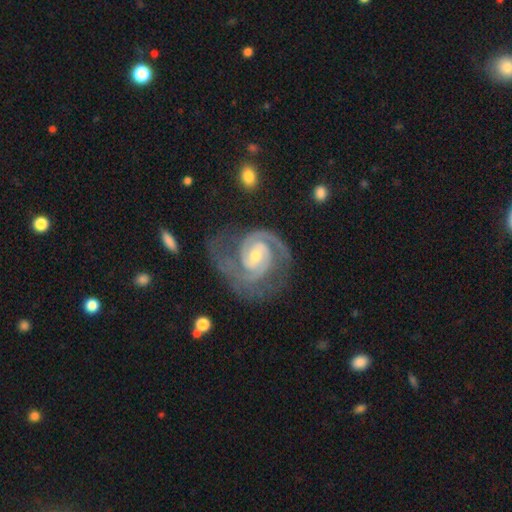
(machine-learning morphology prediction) The model was most divided on "bulge size": small: 52%, moderate: 44%, large: 2%, none: 1%, dominant: 1%. More confident: spiral arms — yes (98%); edge-on disk — no (98%); smooth or featured — featured or disk (93%); spiral arm count — 2 (74%); merging — none (65%); spiral winding — tight (60%); bar — no (51%).